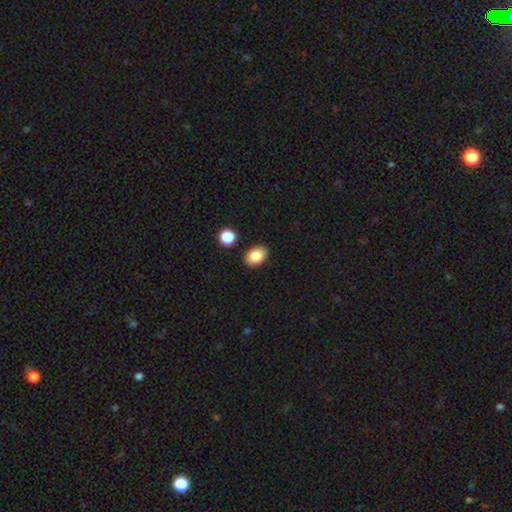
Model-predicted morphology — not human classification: Smooth or featured?
  - smooth: 85% *
  - star or artifact: 8%
  - featured or disk: 7%
How rounded?
  - in between: 81% *
  - round: 18%
  - cigar-shaped: 1%
Merging?
  - none: 87% *
  - minor disturbance: 8%
  - merger: 3%
  - major disturbance: 2%